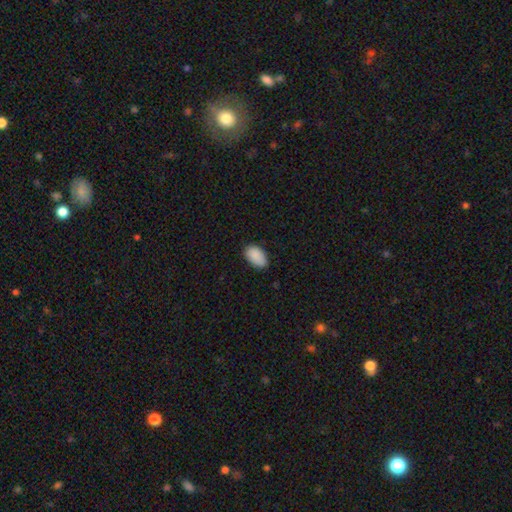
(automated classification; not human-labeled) A smooth galaxy with no disk features (89%) that is in between round and cigar-shaped (93%). Merging: none (75%).